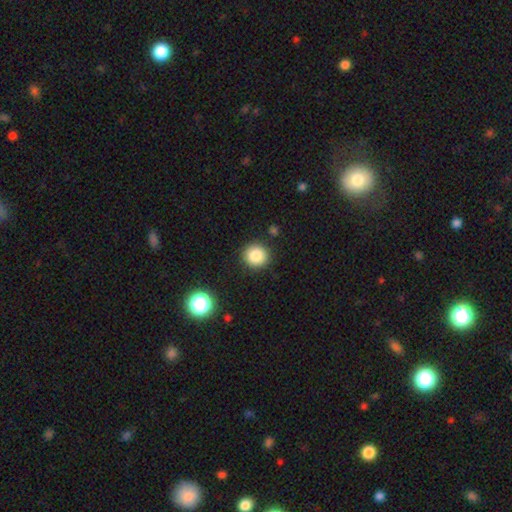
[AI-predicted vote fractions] A smooth galaxy with no disk features (84%) that is round (92%).

Vote fractions:
- Smooth or featured? smooth: 84% / star or artifact: 11% / featured or disk: 5%
- How rounded? round: 92% / in between: 7% / cigar-shaped: 1%
- Merging? none: 90% / minor disturbance: 6% / major disturbance: 2% / merger: 2%